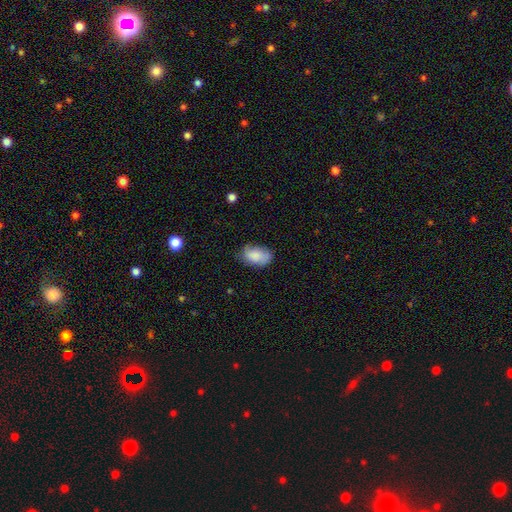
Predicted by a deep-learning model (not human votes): smooth_or_featured: smooth (p=0.82) [alt: featured or disk p=0.11]
how_rounded: in between (p=0.91) [alt: round p=0.07]
merging: none (p=0.62) [alt: minor disturbance p=0.29]